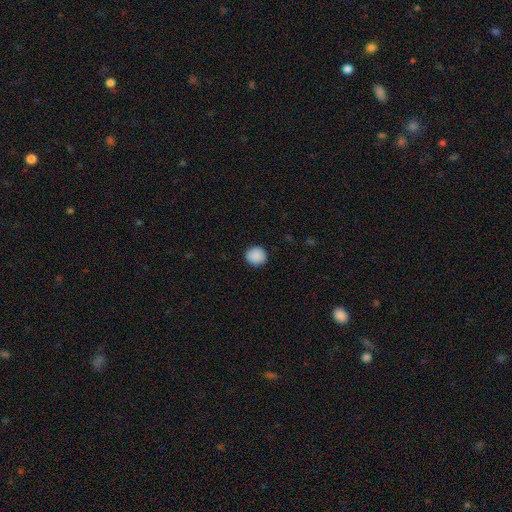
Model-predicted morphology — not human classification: smooth-or-featured: smooth: 90% | star or artifact: 8% | featured or disk: 2%
  how-rounded: round: 88% | in between: 11% | cigar-shaped: 1%
  merging: none: 91% | minor disturbance: 6% | major disturbance: 2% | merger: 1%